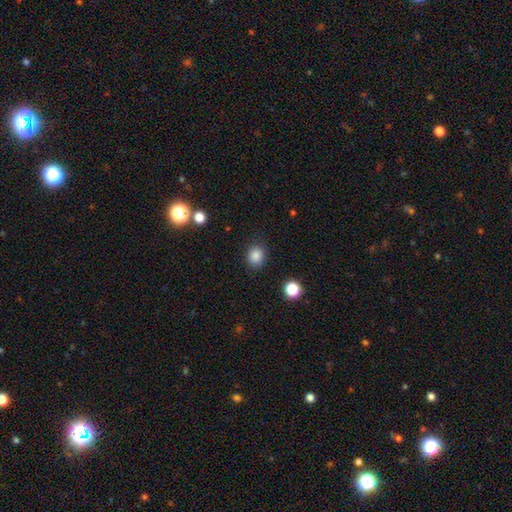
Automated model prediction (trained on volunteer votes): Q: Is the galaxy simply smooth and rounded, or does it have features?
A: smooth — 85%.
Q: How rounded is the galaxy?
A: round — 68%.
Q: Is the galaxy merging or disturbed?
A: none — 85%.